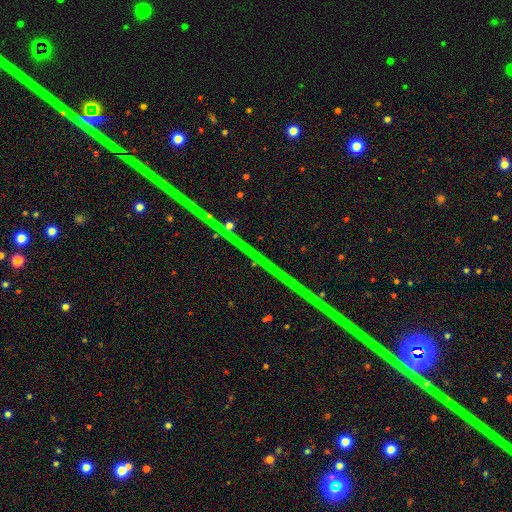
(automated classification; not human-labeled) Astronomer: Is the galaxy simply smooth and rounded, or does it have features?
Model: star or artifact — 85%.